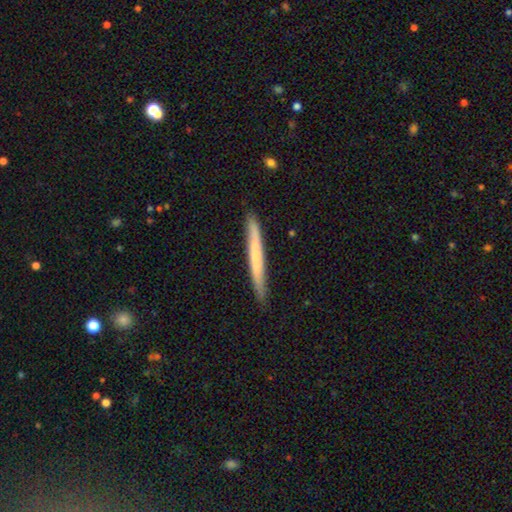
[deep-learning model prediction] This is possibly a smooth galaxy (59%). How rounded: clearly cigar-shaped (97%). Merging: clearly none (87%).